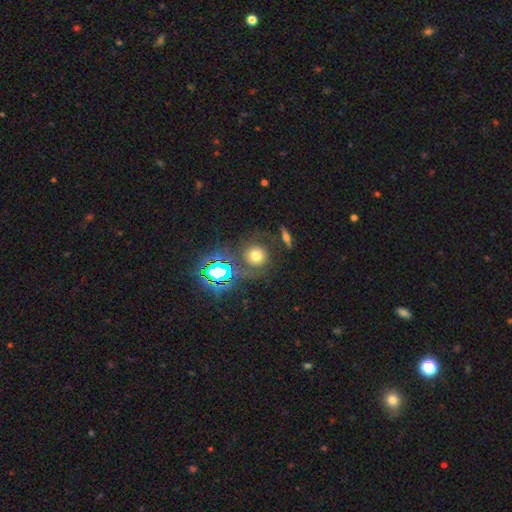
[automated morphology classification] Smooth or featured: smooth — 58% (star or artifact — 25%)
How rounded: round — 90% (in between — 9%)
Merging: none — 77% (minor disturbance — 12%)